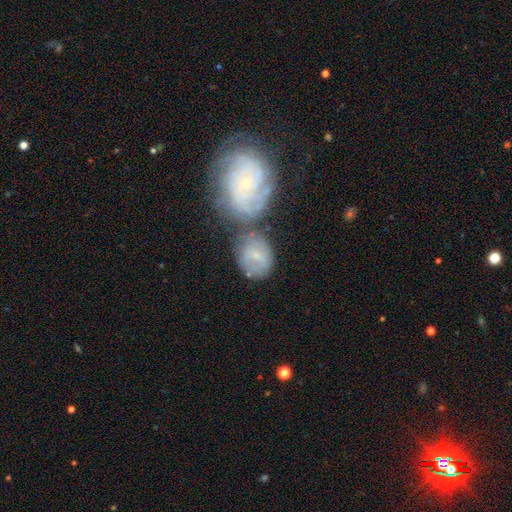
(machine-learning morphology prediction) Smooth or featured? featured or disk (53%)
Edge-on disk? no (95%)
Bar? weak (43%)
Spiral arms? yes (78%)
Bulge size? small (72%)
Merging? none (40%)